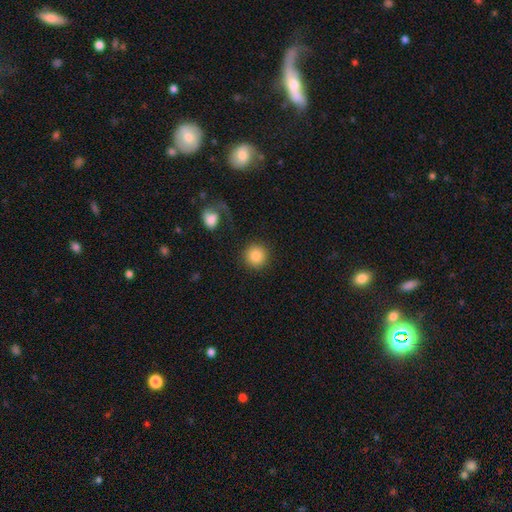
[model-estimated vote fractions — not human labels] smooth-or-featured: smooth: 85% | star or artifact: 8% | featured or disk: 6%
  how-rounded: round: 94% | in between: 5% | cigar-shaped: 1%
  merging: none: 87% | minor disturbance: 6% | major disturbance: 4% | merger: 3%